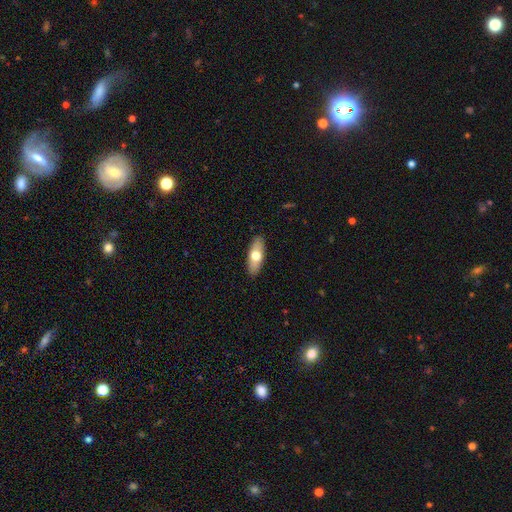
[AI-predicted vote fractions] Smooth or featured?
  - smooth: 62% *
  - featured or disk: 32%
  - star or artifact: 6%
How rounded?
  - in between: 73% *
  - cigar-shaped: 23%
  - round: 3%
Merging?
  - none: 89% *
  - minor disturbance: 8%
  - major disturbance: 2%
  - merger: 1%